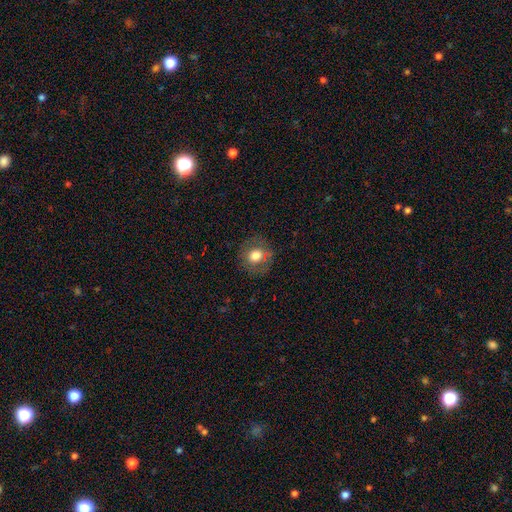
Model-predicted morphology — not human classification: A smooth galaxy with no disk features (72%) that is round (83%).

Vote fractions:
- Smooth or featured? smooth: 72% / featured or disk: 19% / star or artifact: 10%
- How rounded? round: 83% / in between: 16% / cigar-shaped: 1%
- Merging? none: 78% / minor disturbance: 14% / major disturbance: 6% / merger: 2%